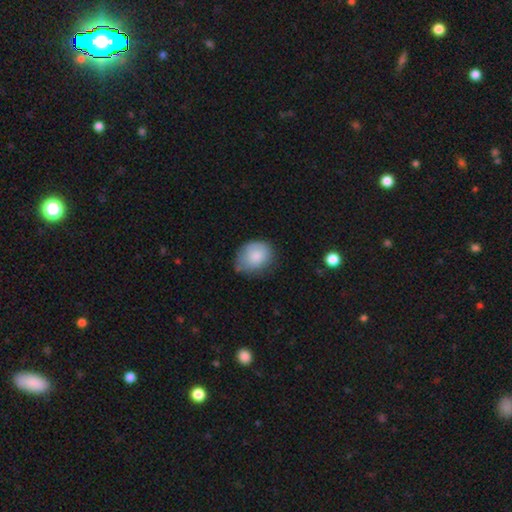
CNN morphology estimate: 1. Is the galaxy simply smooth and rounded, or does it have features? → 80% smooth, 13% featured or disk, 7% star or artifact.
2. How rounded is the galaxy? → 50% round, 49% in between, 1% cigar-shaped.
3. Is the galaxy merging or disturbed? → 53% none, 35% minor disturbance, 9% major disturbance, 3% merger.